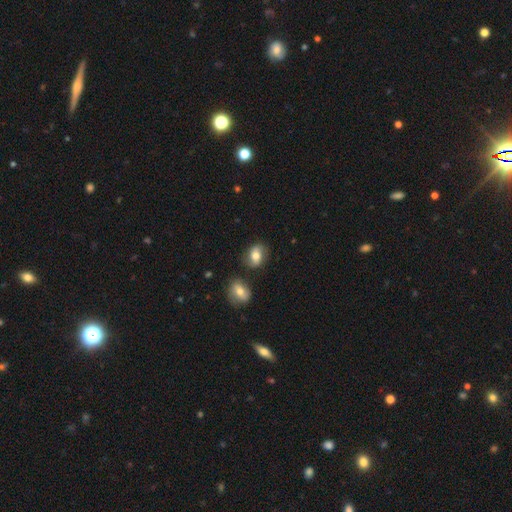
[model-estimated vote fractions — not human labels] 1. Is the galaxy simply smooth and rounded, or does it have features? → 61% smooth, 30% featured or disk, 9% star or artifact.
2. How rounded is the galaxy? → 62% in between, 37% round, 2% cigar-shaped.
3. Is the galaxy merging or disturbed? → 74% none, 15% minor disturbance, 7% merger, 4% major disturbance.